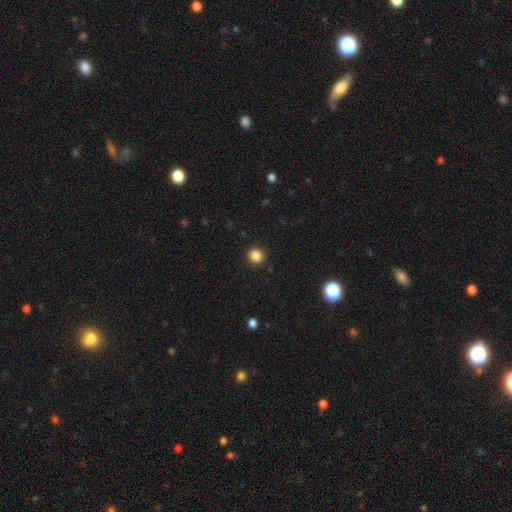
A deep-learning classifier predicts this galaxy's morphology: type=smooth (85%); roundness=round (94%); merging=none (92%).